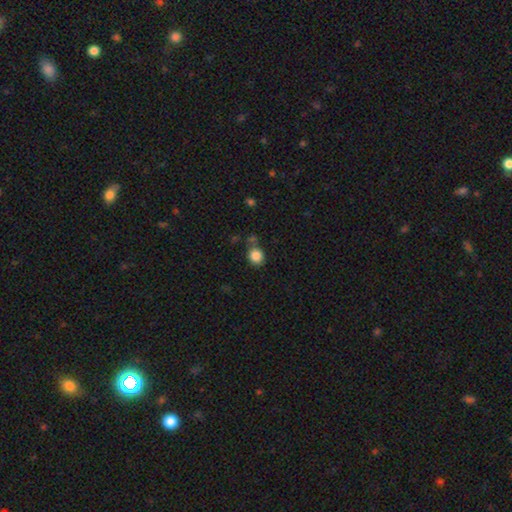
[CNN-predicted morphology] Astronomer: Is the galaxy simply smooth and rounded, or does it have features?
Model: smooth — 85%.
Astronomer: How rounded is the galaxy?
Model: round — 83%.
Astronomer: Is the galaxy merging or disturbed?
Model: none — 69%.